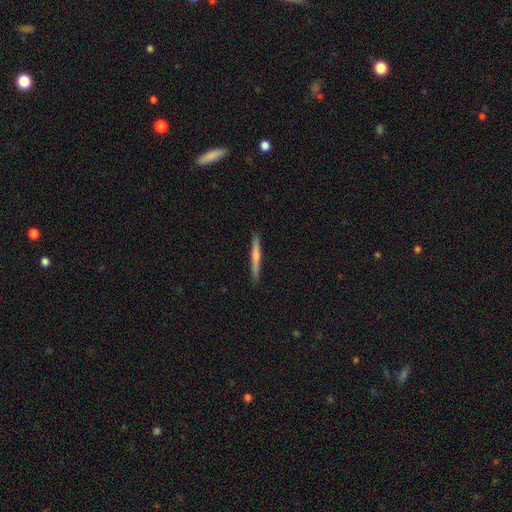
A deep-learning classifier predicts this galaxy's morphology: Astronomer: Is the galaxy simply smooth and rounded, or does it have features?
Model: smooth — 53% (runner-up: featured or disk, 41%).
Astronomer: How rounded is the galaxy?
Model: cigar-shaped — 96%.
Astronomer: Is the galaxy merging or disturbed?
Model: none — 90%.